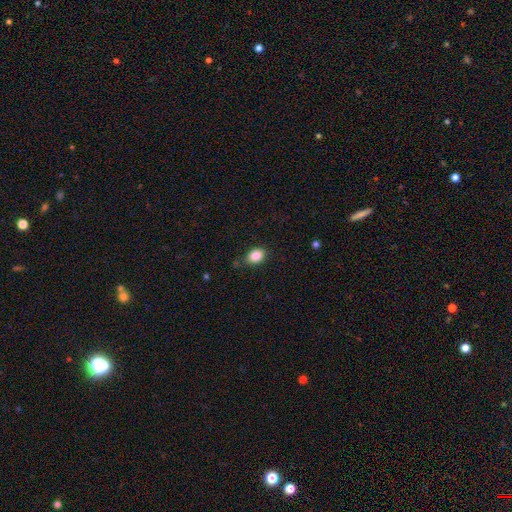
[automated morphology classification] A smooth galaxy with no disk features (86%) that is in between round and cigar-shaped (71%). Merging: none (75%).